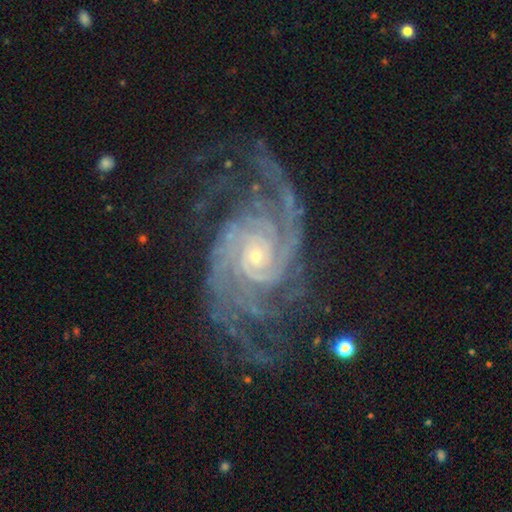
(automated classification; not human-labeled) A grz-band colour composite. It shows a featured or disk galaxy (92%) with no bar (68%), 2 (35%) tight (56%) spiral arms (99%) and a small central bulge (76%). Merging: none (69%).